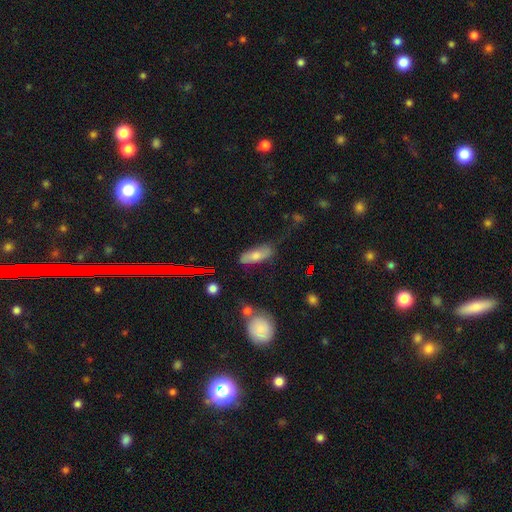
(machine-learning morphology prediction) This appears to be a smooth galaxy with no disk features (62%) that is in between round and cigar-shaped (66%). Merging: none (61%).